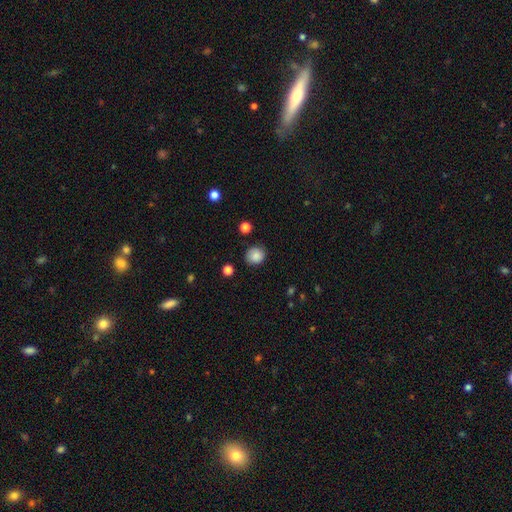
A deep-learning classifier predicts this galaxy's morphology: Smooth or featured?
  - smooth: 85% *
  - star or artifact: 9%
  - featured or disk: 5%
How rounded?
  - round: 84% *
  - in between: 15%
  - cigar-shaped: 1%
Merging?
  - none: 81% *
  - minor disturbance: 15%
  - major disturbance: 3%
  - merger: 2%